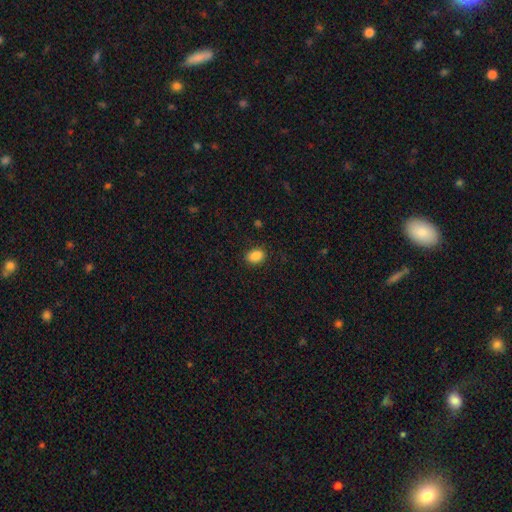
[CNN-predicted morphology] type=smooth (88%); roundness=in between (77%); merging=none (86%).